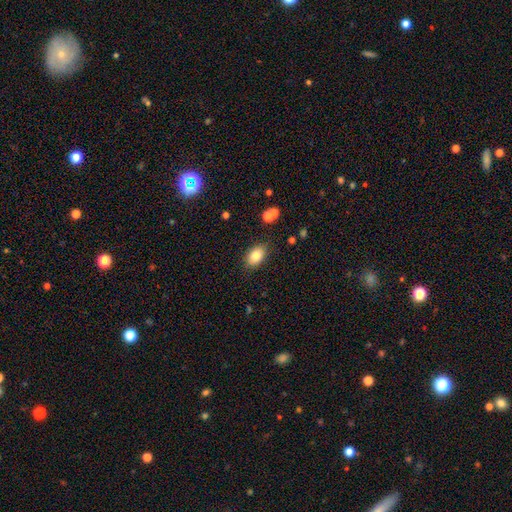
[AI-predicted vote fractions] smooth_or_featured: smooth (p=0.83) [alt: star or artifact p=0.09]
how_rounded: in between (p=0.86) [alt: round p=0.13]
merging: none (p=0.84) [alt: minor disturbance p=0.11]